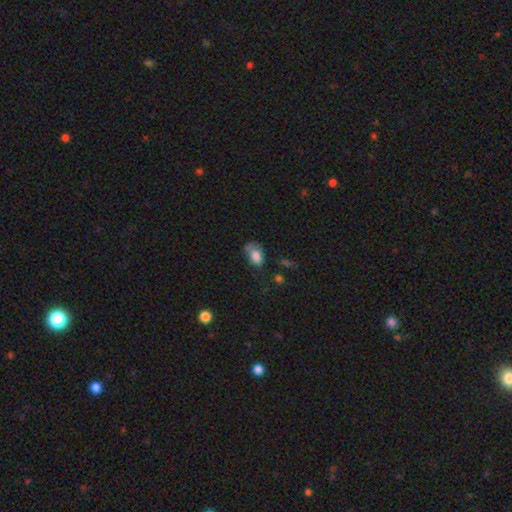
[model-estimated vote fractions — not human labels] Smooth or featured? smooth (78%)
How rounded? in between (82%)
Merging? minor disturbance (37%)